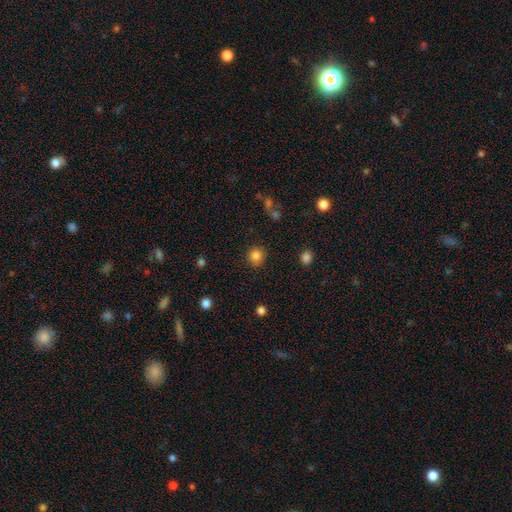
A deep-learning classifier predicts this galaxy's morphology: Smooth or featured? smooth (84%)
How rounded? round (91%)
Merging? none (89%)